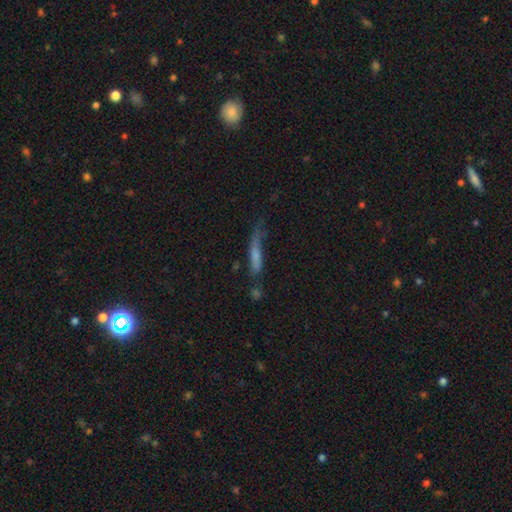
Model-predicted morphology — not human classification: Smooth or featured? Predicted: smooth (p=0.60). How rounded? Predicted: cigar-shaped (p=0.85). Merging? Predicted: none (p=0.39).